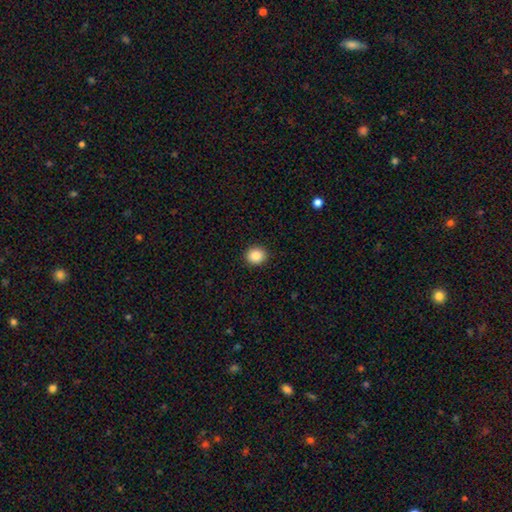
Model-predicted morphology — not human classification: type=smooth (88%); roundness=round (79%); merging=none (92%).